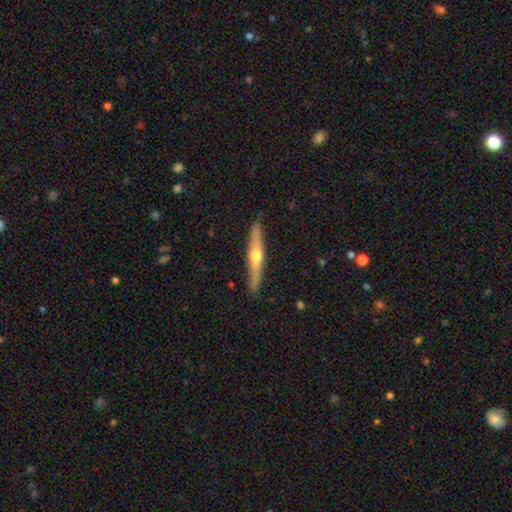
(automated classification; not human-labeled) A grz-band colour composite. It shows a featured or disk galaxy (61%) viewed edge-on (95%) with a rounded central bulge (91%). Merging: none (88%).